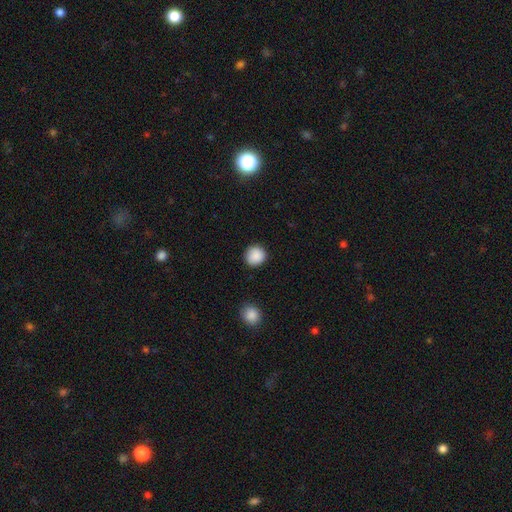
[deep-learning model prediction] A smooth galaxy with no disk features (89%) that is round (93%). Merging: none (89%).